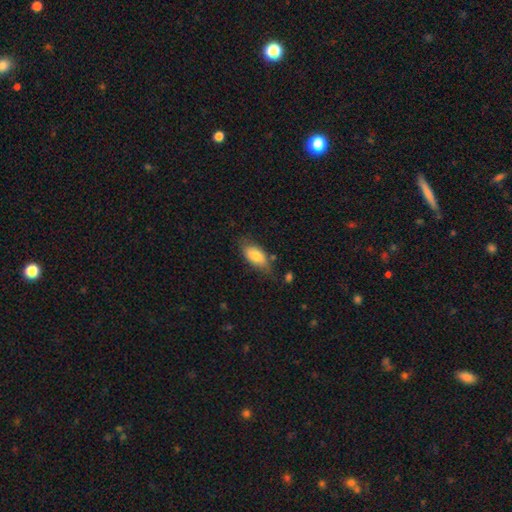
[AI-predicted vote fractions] Smooth or featured: smooth — 79% (featured or disk — 15%)
How rounded: in between — 90% (cigar-shaped — 7%)
Merging: none — 62% (minor disturbance — 27%)